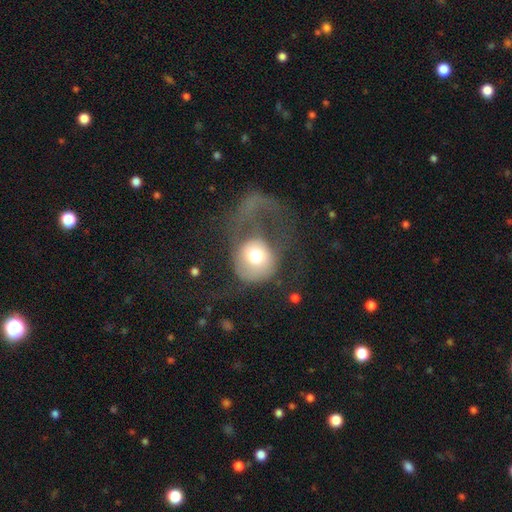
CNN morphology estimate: Smooth or featured? smooth (64%)
How rounded? round (81%)
Merging? major disturbance (67%)